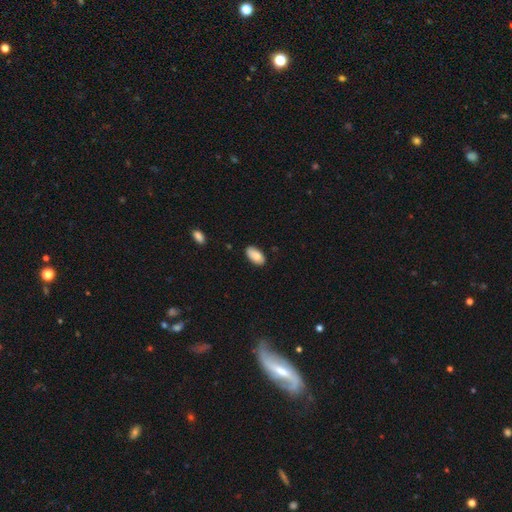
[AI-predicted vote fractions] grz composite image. It shows a smooth galaxy with no disk features (85%) that is in between round and cigar-shaped (95%). Merging: none (80%).